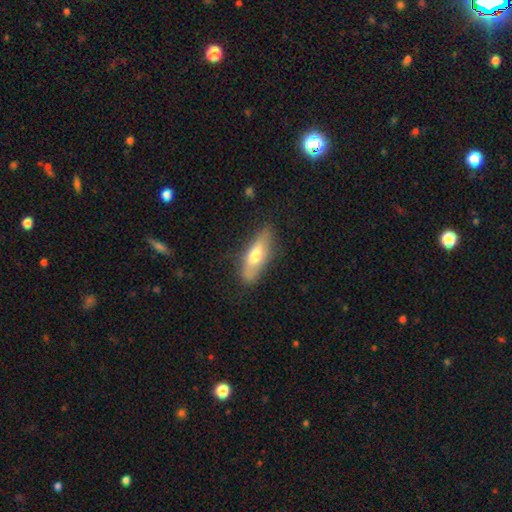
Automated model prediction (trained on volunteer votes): Morphology: type=smooth (61%); roundness=in between (54%); merging=none (76%).